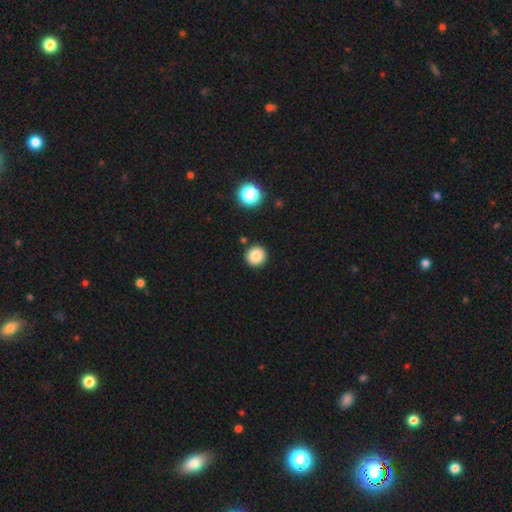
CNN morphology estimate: A smooth galaxy with no disk features (84%) that is round (95%). Merging: none (91%).